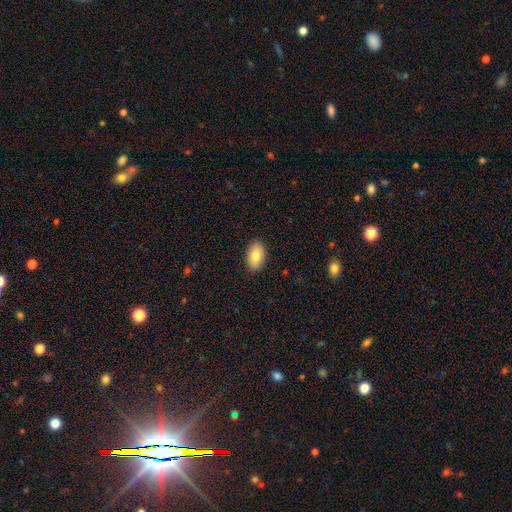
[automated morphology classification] Smooth or featured: smooth — 83% (featured or disk — 11%)
How rounded: in between — 93% (round — 5%)
Merging: none — 89% (minor disturbance — 8%)